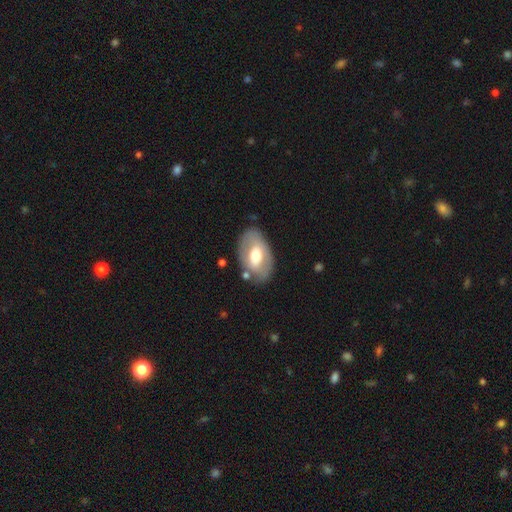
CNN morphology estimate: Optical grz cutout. It shows a smooth galaxy with no disk features (48%). Merging: none (73%).